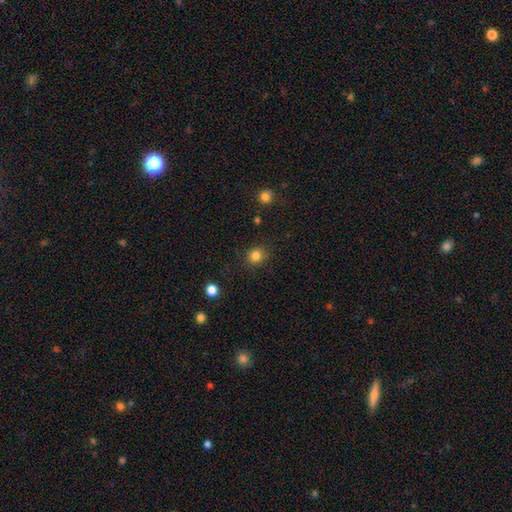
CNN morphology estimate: Smooth or featured?
  - smooth: 83% *
  - star or artifact: 12%
  - featured or disk: 5%
How rounded?
  - round: 82% *
  - in between: 17%
  - cigar-shaped: 1%
Merging?
  - none: 86% *
  - minor disturbance: 9%
  - major disturbance: 3%
  - merger: 2%